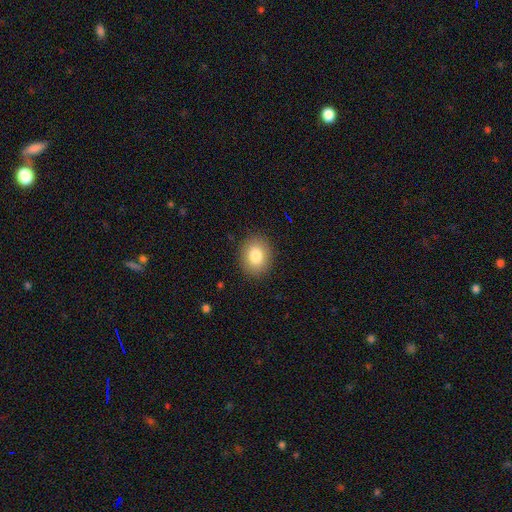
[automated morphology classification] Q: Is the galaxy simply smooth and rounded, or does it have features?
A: smooth — 82%.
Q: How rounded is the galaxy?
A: round — 57%.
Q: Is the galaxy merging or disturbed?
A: none — 89%.